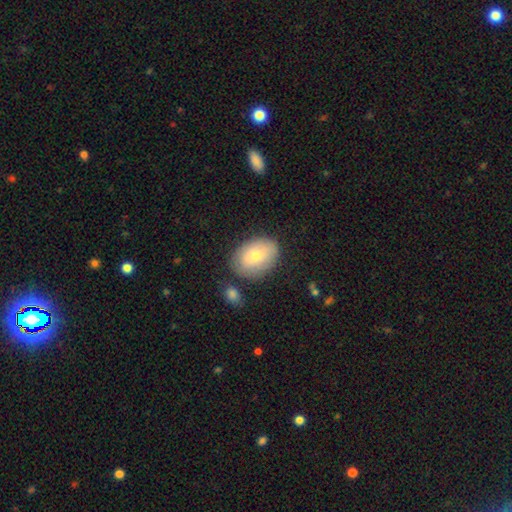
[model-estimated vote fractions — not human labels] This is likely a smooth galaxy (70%). How rounded: clearly in between (81%). Merging: likely none (74%).